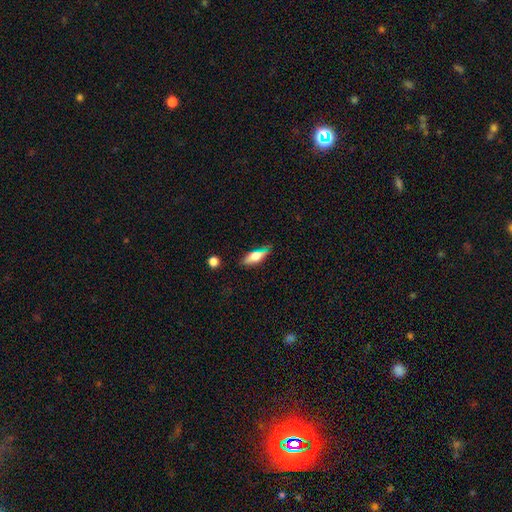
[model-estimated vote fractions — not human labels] Smooth or featured: smooth — 62% (featured or disk — 28%)
How rounded: in between — 56% (cigar-shaped — 40%)
Merging: none — 78% (minor disturbance — 15%)